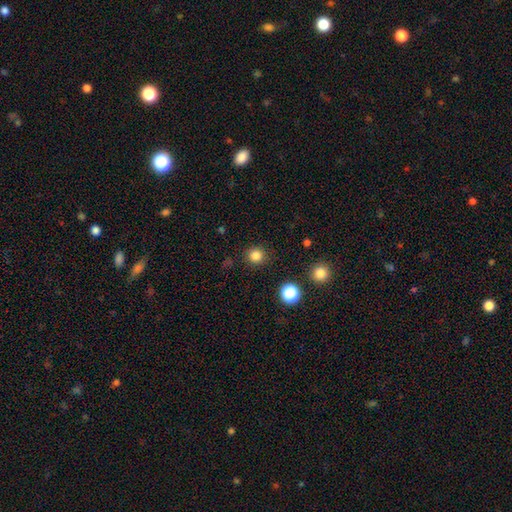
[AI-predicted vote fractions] A smooth galaxy with no disk features (83%) that is round (92%).

Vote fractions:
- Smooth or featured? smooth: 83% / star or artifact: 14% / featured or disk: 4%
- How rounded? round: 92% / in between: 7% / cigar-shaped: 1%
- Merging? none: 90% / minor disturbance: 6% / major disturbance: 2% / merger: 1%